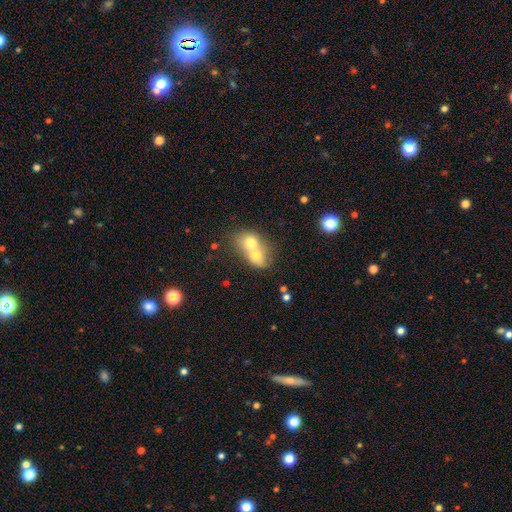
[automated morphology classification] smooth 66%, featured or disk 25%, star or artifact 10%. Down the decision tree: how rounded — in between (50%); merging — merger (79%).